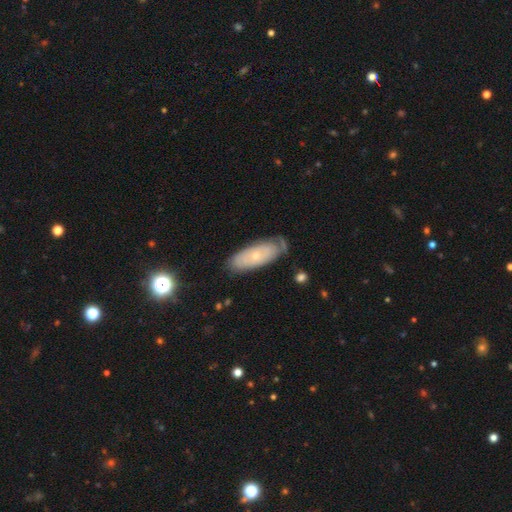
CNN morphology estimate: This appears to be a featured or disk galaxy (55%). Merging: none (63%).